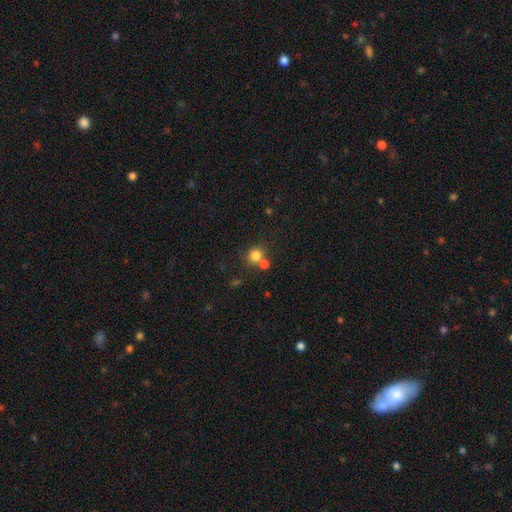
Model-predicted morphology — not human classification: smooth 80%, star or artifact 13%, featured or disk 7%. Down the decision tree: how rounded — round (79%); merging — none (58%).